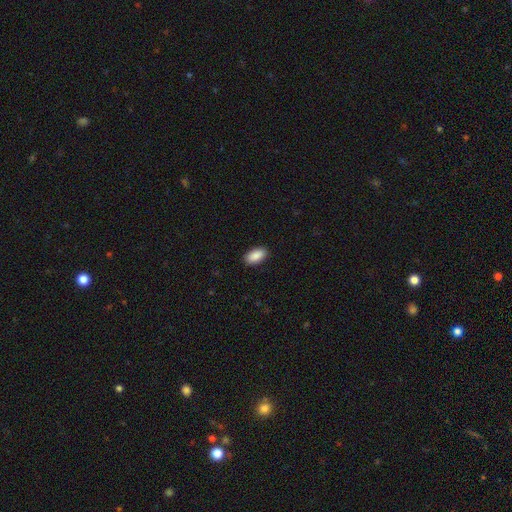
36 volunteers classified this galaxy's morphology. smooth 97%, featured or disk 3%, star or artifact 0%. Down the decision tree: how rounded — in between (100%); merging — none (89%).